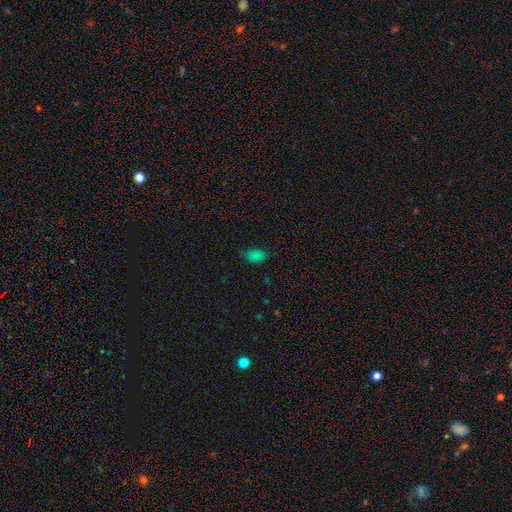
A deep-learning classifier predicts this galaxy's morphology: smooth 73%, star or artifact 20%, featured or disk 6%. Down the decision tree: how rounded — in between (90%); merging — none (69%).